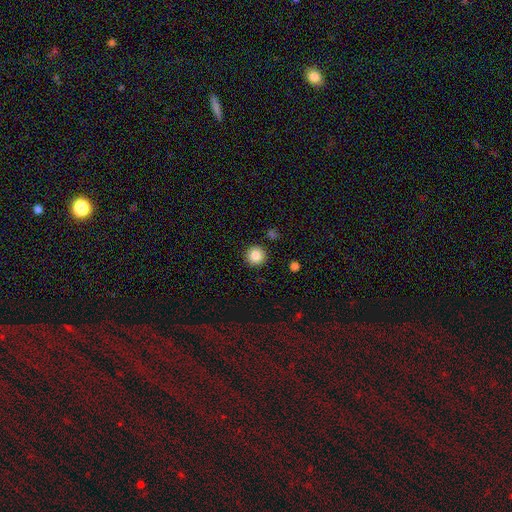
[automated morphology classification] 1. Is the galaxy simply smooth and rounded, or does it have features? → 86% smooth, 10% star or artifact, 4% featured or disk.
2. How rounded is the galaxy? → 95% round, 4% in between, 1% cigar-shaped.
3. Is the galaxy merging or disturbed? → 91% none, 6% minor disturbance, 2% major disturbance, 2% merger.